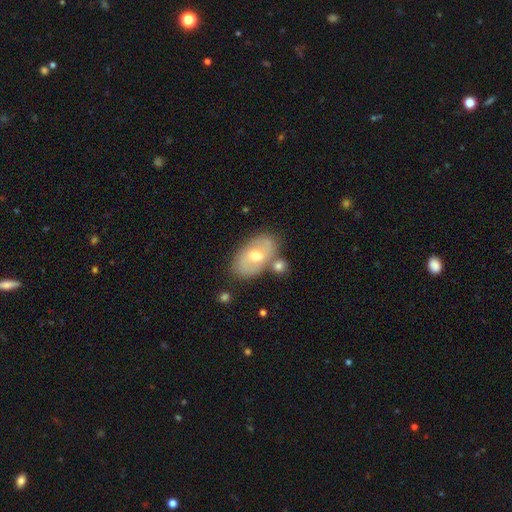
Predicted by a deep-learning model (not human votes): Morphology: type=featured or disk (58%); edge-on=no (93%); bar=no (55%); spiral arms=yes (65%); bulge=moderate (64%); merging=none (67%).